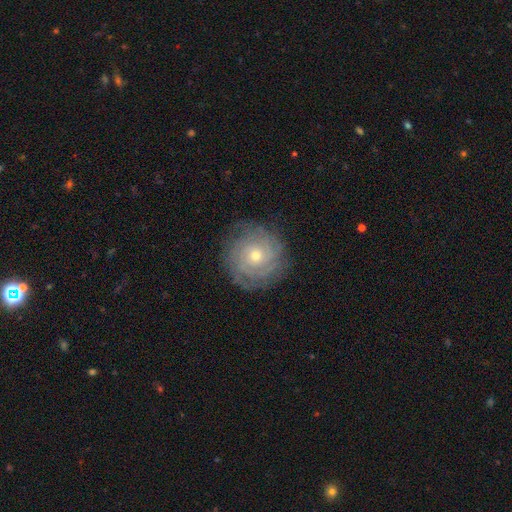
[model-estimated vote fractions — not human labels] smooth-or-featured: featured or disk: 77% | smooth: 15% | star or artifact: 8%
  disk-edge-on: no: 97% | yes: 3%
    bar: no: 82% | weak: 15% | strong: 3%
    has-spiral-arms: yes: 93% | no: 7%
      spiral-winding: tight: 82% | medium: 14% | loose: 4%
      spiral-arm-count: can't tell: 41% | 3: 16% | 4: 14% | 2: 13% | more than 4: 9% | 1: 7%
    bulge-size: small: 54% | moderate: 43% | large: 1% | none: 1% | dominant: 1%
  merging: none: 83% | minor disturbance: 11% | major disturbance: 4% | merger: 1%